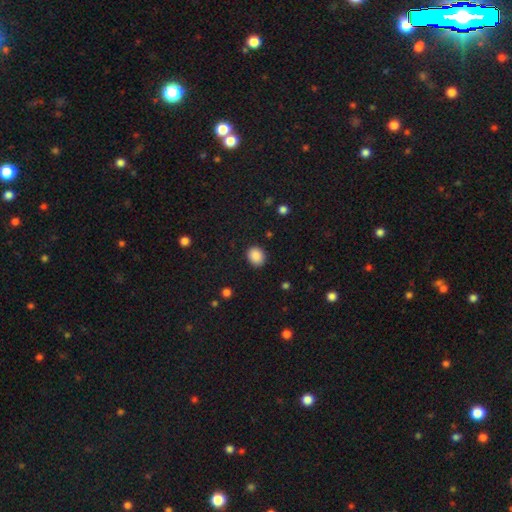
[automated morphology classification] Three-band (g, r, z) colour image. It shows a smooth galaxy with no disk features (88%) that is round (57%). Merging: none (87%).